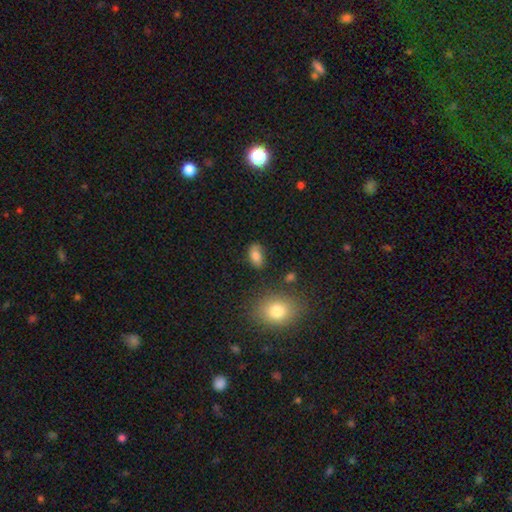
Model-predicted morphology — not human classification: Smooth or featured? Predicted: smooth (p=0.80). How rounded? Predicted: in between (p=0.89). Merging? Predicted: none (p=0.74).